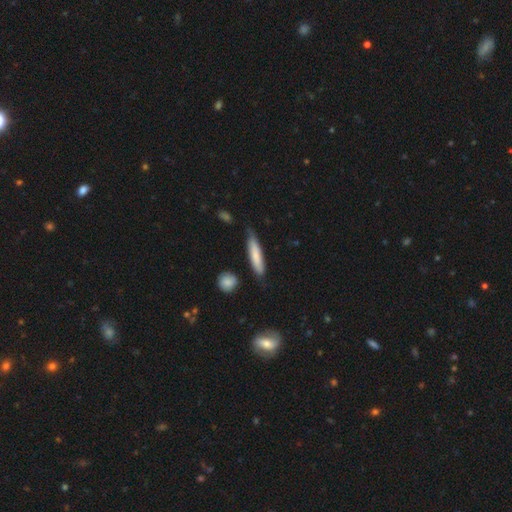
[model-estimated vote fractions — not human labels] smooth 74%, featured or disk 21%, star or artifact 6%. Down the decision tree: how rounded — cigar-shaped (85%); merging — none (68%).